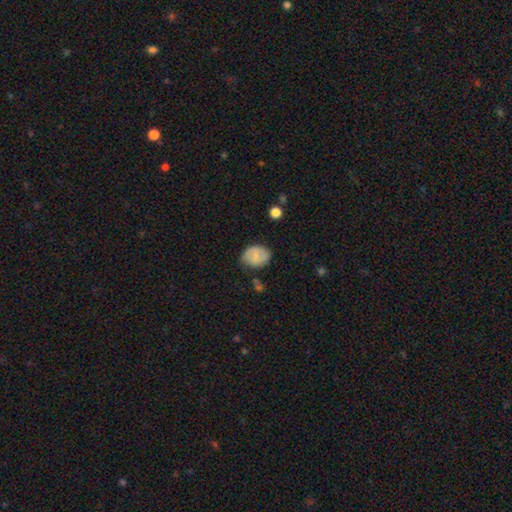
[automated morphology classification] Overall: smooth (69%). How rounded: in between (57%; round 42%). Merging: none (70%).